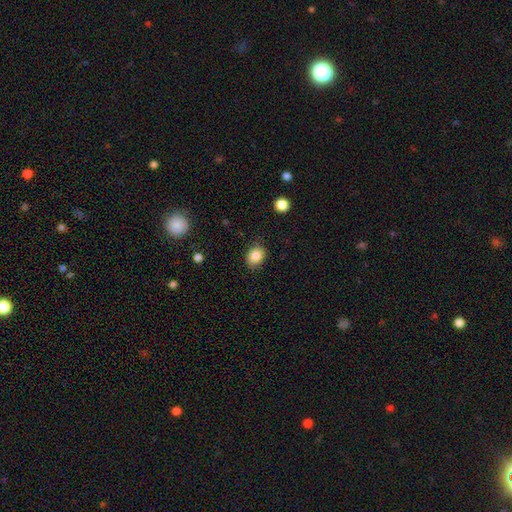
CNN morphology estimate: Overall: smooth (85%). How rounded: in between (56%; round 43%). Merging: none (83%).